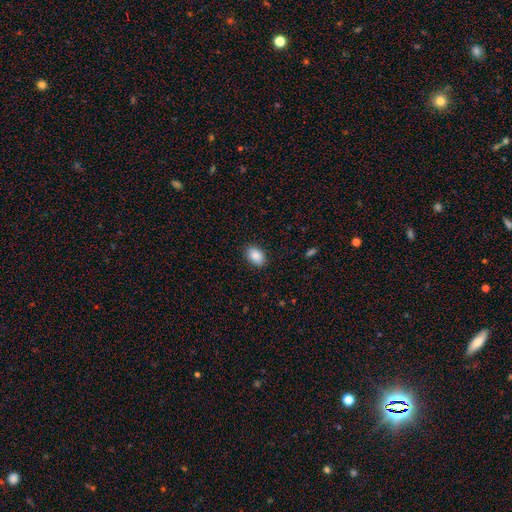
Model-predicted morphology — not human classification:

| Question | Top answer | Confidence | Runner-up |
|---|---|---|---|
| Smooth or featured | smooth | 89% | star or artifact (7%) |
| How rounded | in between | 87% | round (12%) |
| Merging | none | 87% | minor disturbance (9%) |